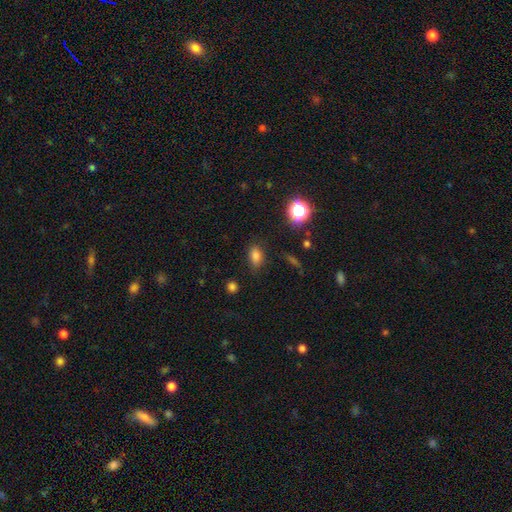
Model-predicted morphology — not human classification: A smooth galaxy with no disk features (78%) that is in between round and cigar-shaped (80%).

Vote fractions:
- Smooth or featured? smooth: 78% / star or artifact: 16% / featured or disk: 6%
- How rounded? in between: 80% / round: 17% / cigar-shaped: 3%
- Merging? none: 80% / minor disturbance: 14% / major disturbance: 4% / merger: 2%